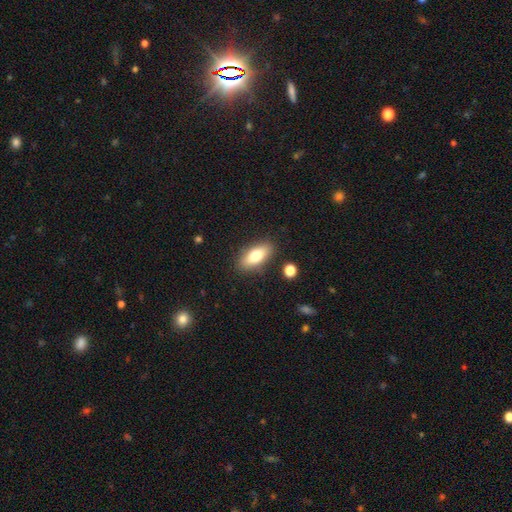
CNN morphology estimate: smooth 76%, featured or disk 17%, star or artifact 7%. Down the decision tree: how rounded — in between (80%); merging — none (85%).